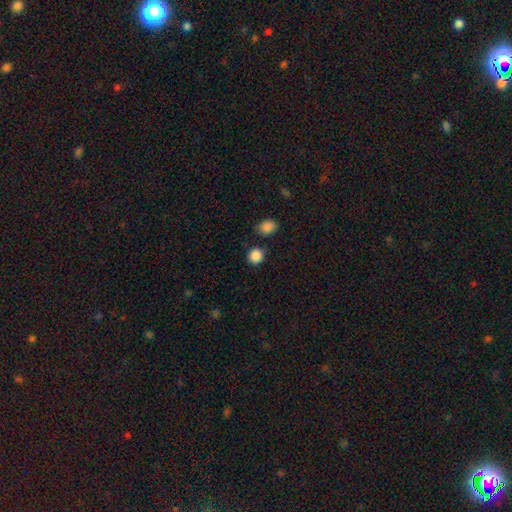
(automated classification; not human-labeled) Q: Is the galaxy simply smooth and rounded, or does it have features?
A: smooth — 87%.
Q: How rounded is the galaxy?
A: round — 86%.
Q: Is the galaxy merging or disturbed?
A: none — 82%.